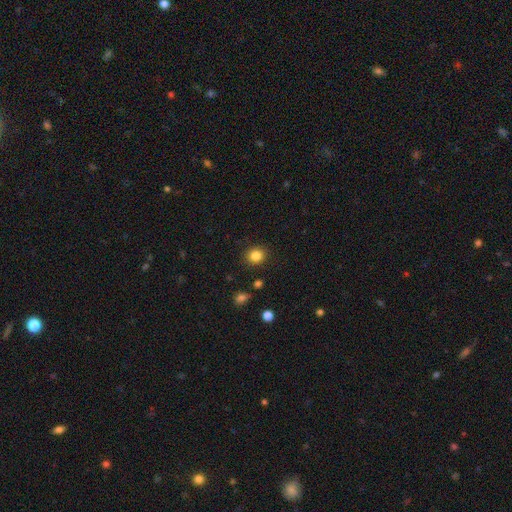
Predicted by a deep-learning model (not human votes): The model was most divided on "how rounded": round: 80%, in between: 19%, cigar-shaped: 1%. More confident: merging — none (89%); smooth or featured — smooth (84%).